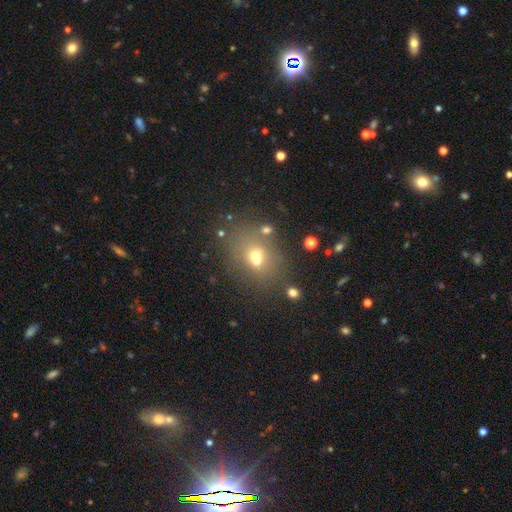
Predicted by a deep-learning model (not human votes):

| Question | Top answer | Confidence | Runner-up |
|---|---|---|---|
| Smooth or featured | smooth | 59% | star or artifact (21%) |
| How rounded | round | 55% | in between (43%) |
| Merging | none | 57% | merger (25%) |